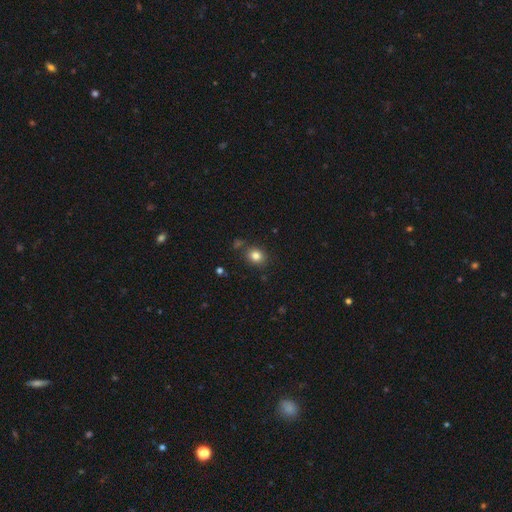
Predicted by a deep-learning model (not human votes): smooth_or_featured: smooth (p=0.82) [alt: star or artifact p=0.12]
how_rounded: round (p=0.68) [alt: in between p=0.31]
merging: none (p=0.82) [alt: minor disturbance p=0.10]